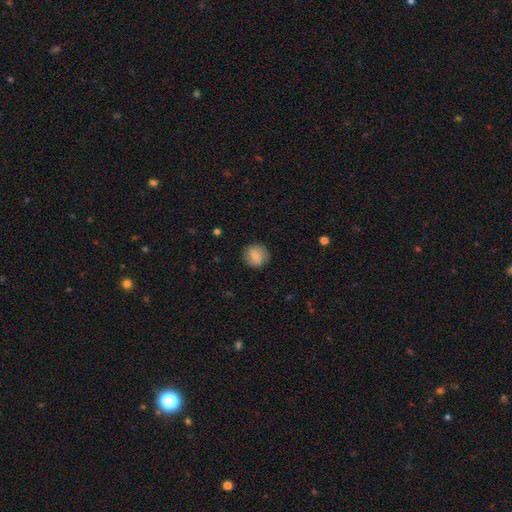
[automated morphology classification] This is likely a smooth galaxy (74%). How rounded: clearly round (90%). Merging: clearly none (86%).